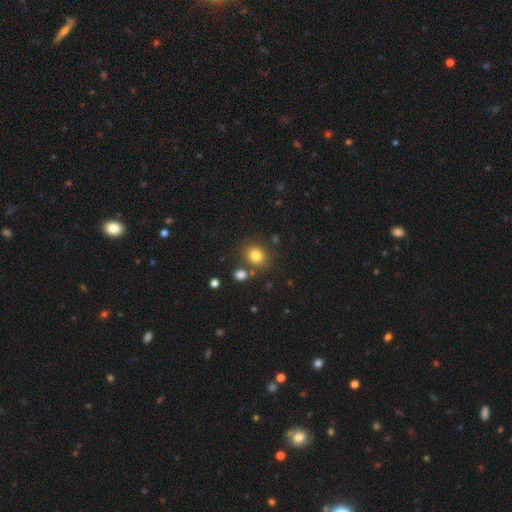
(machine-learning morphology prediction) A smooth galaxy with no disk features (80%) that is round (69%). Merging: none (77%).